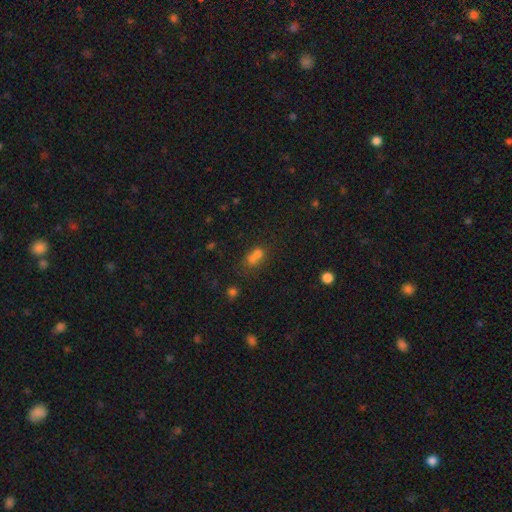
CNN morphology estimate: Smooth or featured? smooth (66%)
How rounded? round (53%)
Merging? merger (56%)